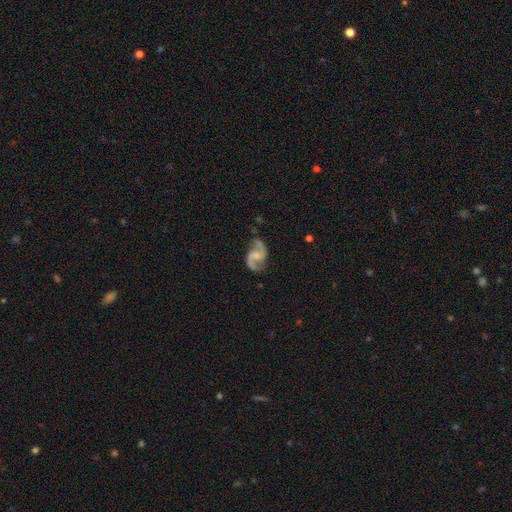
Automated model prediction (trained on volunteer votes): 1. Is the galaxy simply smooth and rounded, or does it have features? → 91% featured or disk, 5% smooth, 4% star or artifact.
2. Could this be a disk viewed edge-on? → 98% no, 2% yes.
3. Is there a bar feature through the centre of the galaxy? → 48% no, 42% weak, 10% strong.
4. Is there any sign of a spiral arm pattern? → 98% yes, 2% no.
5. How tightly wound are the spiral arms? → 50% medium, 40% loose, 10% tight.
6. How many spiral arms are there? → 94% 2, 2% 1, 2% can't tell, 1% 3, 1% 4, 1% more than 4.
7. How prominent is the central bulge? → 44% small, 26% none, 26% moderate, 2% large, 1% dominant.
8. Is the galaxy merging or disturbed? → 76% none, 15% minor disturbance, 6% major disturbance, 2% merger.